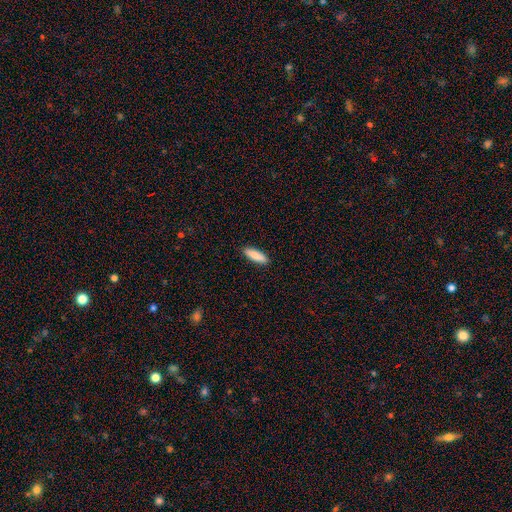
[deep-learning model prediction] smooth_or_featured: smooth (p=0.87) [alt: featured or disk p=0.07]
how_rounded: cigar-shaped (p=0.53) [alt: in between p=0.45]
merging: none (p=0.90) [alt: minor disturbance p=0.07]